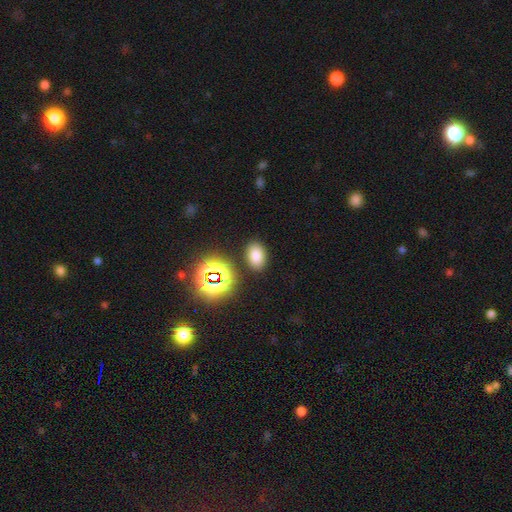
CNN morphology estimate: Overall: smooth (74%). How rounded: in between (82%). Merging: none (86%).